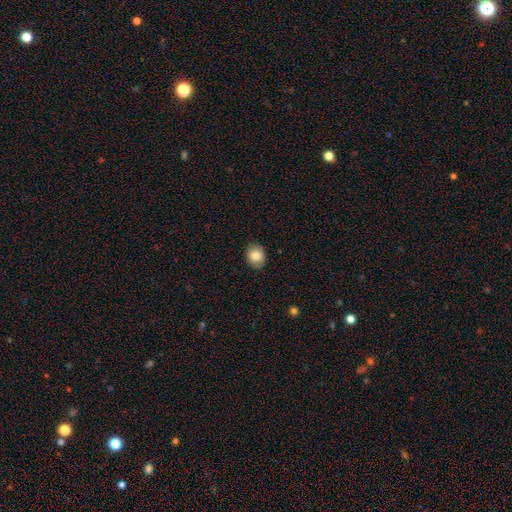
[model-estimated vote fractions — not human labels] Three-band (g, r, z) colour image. It shows a smooth galaxy with no disk features (83%) that is round (61%). Merging: none (88%).